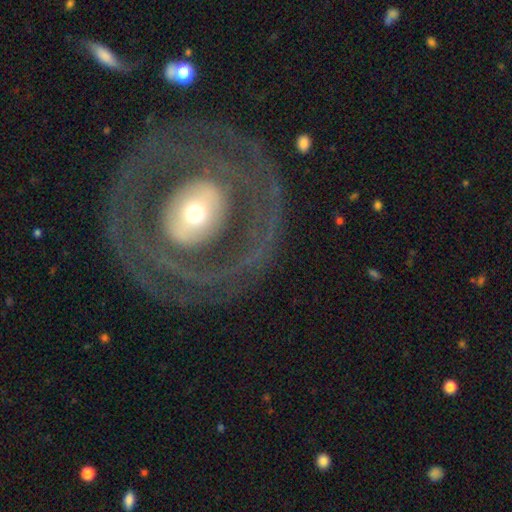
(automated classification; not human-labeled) Q: Smooth or featured?
A: featured or disk (75%); runner-up: smooth (19%)
Q: Edge-on disk?
A: no (95%); runner-up: yes (5%)
Q: Bar?
A: no (69%); runner-up: weak (18%)
Q: Spiral arms?
A: no (52%); runner-up: yes (48%)
Q: Bulge size?
A: moderate (53%); runner-up: small (27%)
Q: Merging?
A: none (77%); runner-up: minor disturbance (11%)